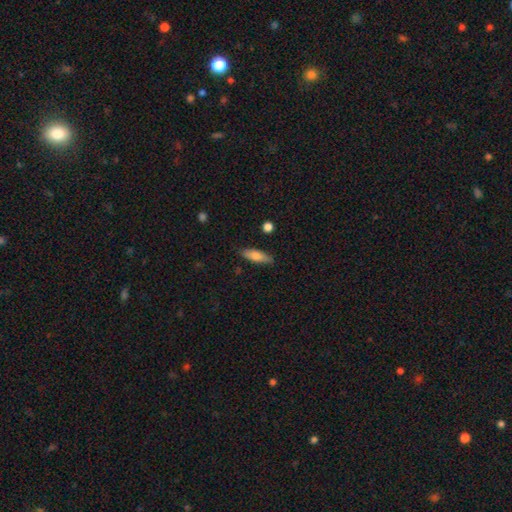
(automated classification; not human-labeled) smooth 76%, featured or disk 18%, star or artifact 6%. Down the decision tree: how rounded — cigar-shaped (49%, tied with in between); merging — none (86%).